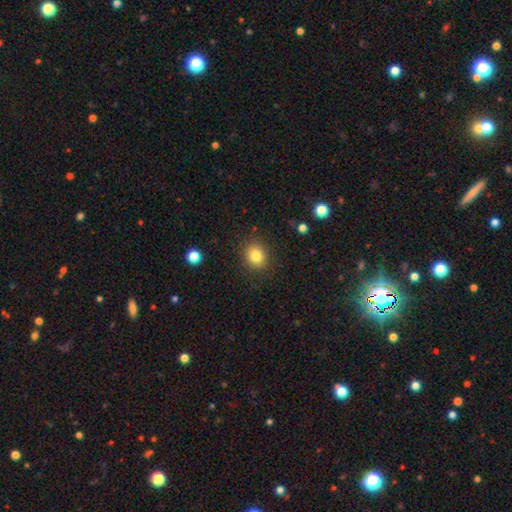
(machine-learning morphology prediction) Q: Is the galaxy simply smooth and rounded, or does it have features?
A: smooth — 82%.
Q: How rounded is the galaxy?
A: round — 67%.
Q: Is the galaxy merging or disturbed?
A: none — 88%.